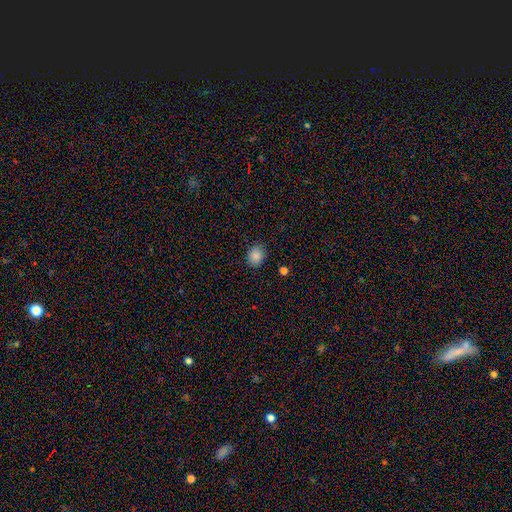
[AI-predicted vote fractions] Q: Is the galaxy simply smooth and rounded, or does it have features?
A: smooth — 86%.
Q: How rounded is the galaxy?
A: in between — 50%, tied with round.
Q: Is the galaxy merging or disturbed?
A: none — 87%.